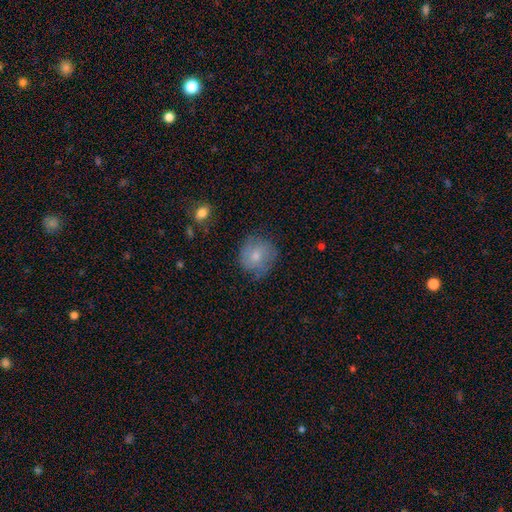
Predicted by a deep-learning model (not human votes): A smooth galaxy with no disk features (68%) that is round (83%).

Vote fractions:
- Smooth or featured? smooth: 68% / featured or disk: 25% / star or artifact: 7%
- How rounded? round: 83% / in between: 16% / cigar-shaped: 1%
- Merging? none: 67% / minor disturbance: 24% / major disturbance: 7% / merger: 2%